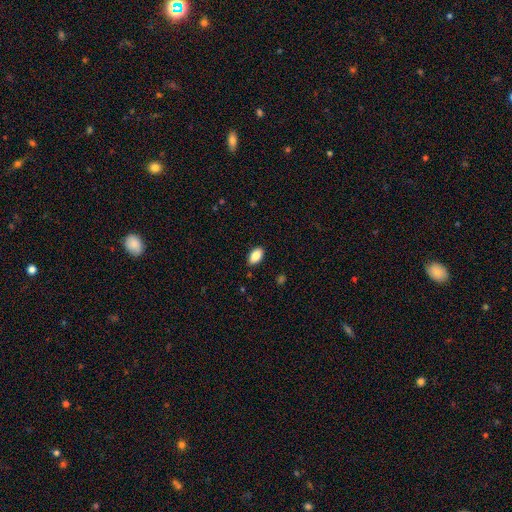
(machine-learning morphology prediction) The model was most divided on "merging": none: 88%, minor disturbance: 10%, major disturbance: 2%, merger: 1%. More confident: how rounded — in between (93%); smooth or featured — smooth (85%).